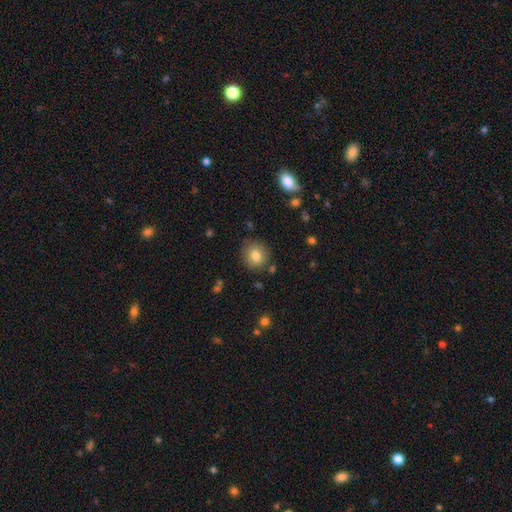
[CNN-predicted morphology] Q: Smooth or featured?
A: smooth (80%); runner-up: star or artifact (10%)
Q: How rounded?
A: round (83%); runner-up: in between (16%)
Q: Merging?
A: none (84%); runner-up: minor disturbance (10%)